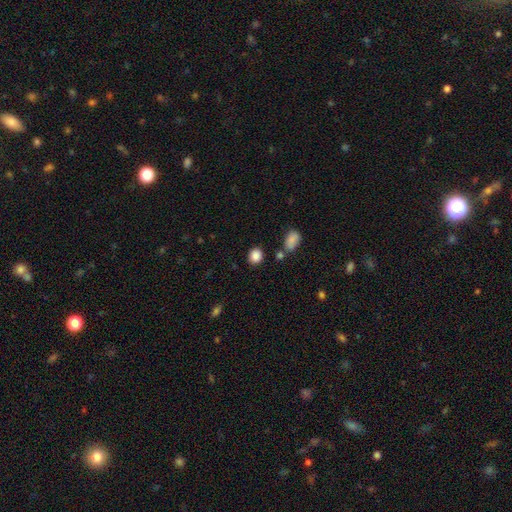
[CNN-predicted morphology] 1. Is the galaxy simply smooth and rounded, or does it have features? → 86% smooth, 10% star or artifact, 4% featured or disk.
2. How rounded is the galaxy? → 68% round, 31% in between, 1% cigar-shaped.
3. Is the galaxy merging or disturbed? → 80% none, 10% minor disturbance, 6% merger, 3% major disturbance.